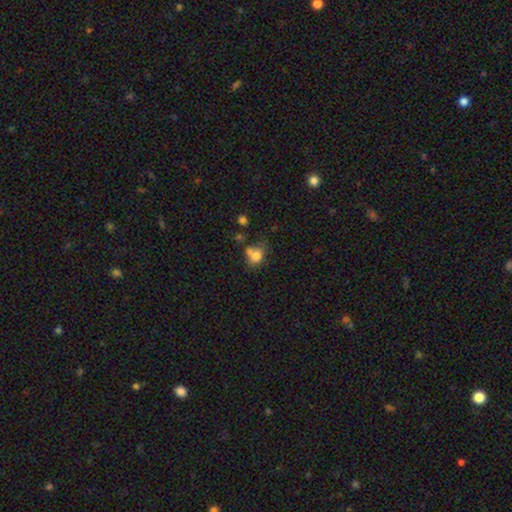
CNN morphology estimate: This appears to be a smooth galaxy with no disk features (74%) that is in between round and cigar-shaped (57%). Merging: merger (38%).